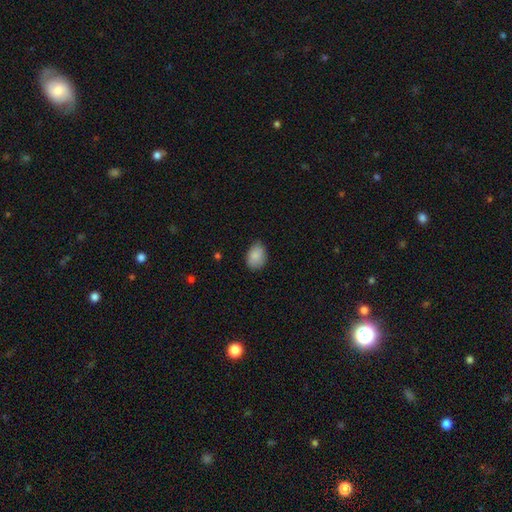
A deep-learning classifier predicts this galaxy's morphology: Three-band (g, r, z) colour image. It shows a smooth galaxy with no disk features (87%) that is in between round and cigar-shaped (73%). Merging: none (79%).